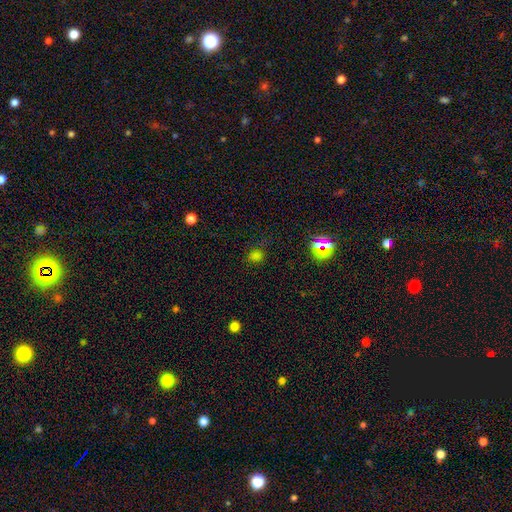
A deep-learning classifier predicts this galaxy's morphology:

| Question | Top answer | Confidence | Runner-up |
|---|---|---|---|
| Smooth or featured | smooth | 67% | star or artifact (28%) |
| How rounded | round | 75% | in between (24%) |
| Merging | none | 79% | minor disturbance (14%) |